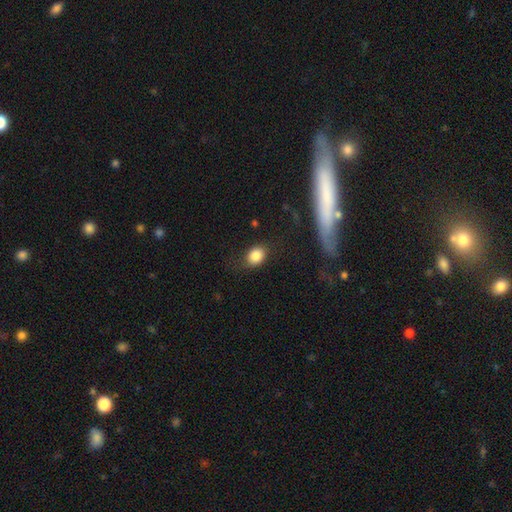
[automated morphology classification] smooth-or-featured: smooth: 84% | star or artifact: 9% | featured or disk: 7%
  how-rounded: in between: 52% | round: 47% | cigar-shaped: 1%
  merging: none: 72% | minor disturbance: 19% | major disturbance: 7% | merger: 2%